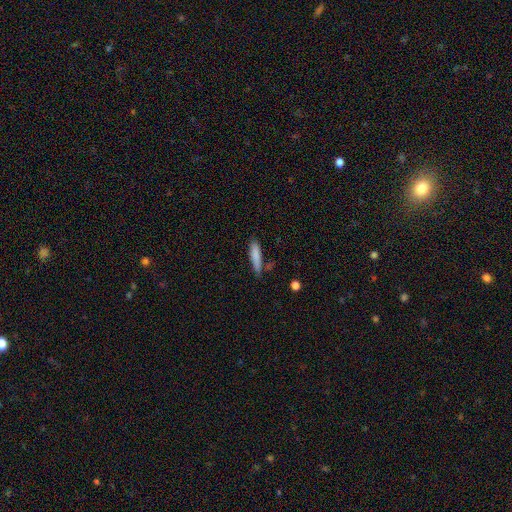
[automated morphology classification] smooth 83%, featured or disk 11%, star or artifact 7%. Down the decision tree: how rounded — cigar-shaped (79%); merging — none (69%).